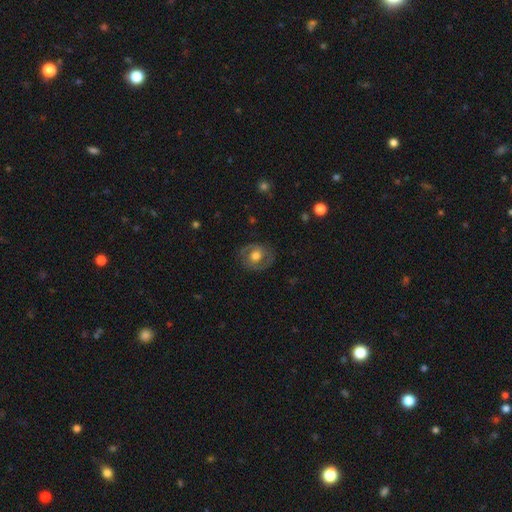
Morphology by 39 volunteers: This is possibly a smooth galaxy (54%). How rounded: likely round (71%). Merging: likely none (69%).